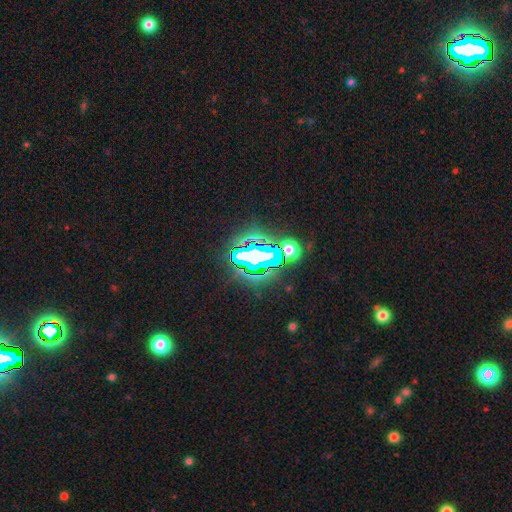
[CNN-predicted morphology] A star or artifact, not a galaxy (69%).

Vote fractions:
- Smooth or featured? star or artifact: 69% / smooth: 17% / featured or disk: 14%